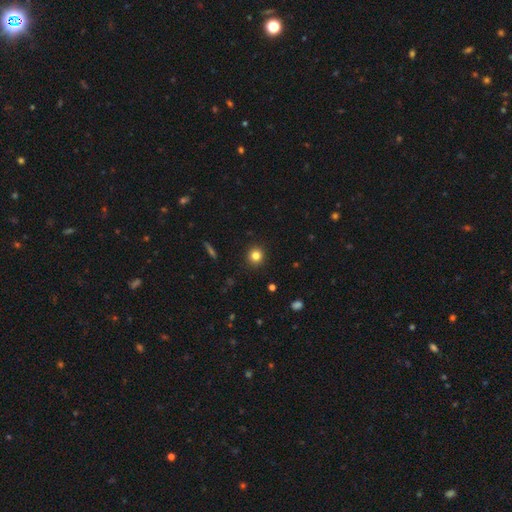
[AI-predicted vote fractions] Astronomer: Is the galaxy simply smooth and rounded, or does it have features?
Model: smooth — 82%.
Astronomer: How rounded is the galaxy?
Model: round — 92%.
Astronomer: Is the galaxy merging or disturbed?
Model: none — 92%.